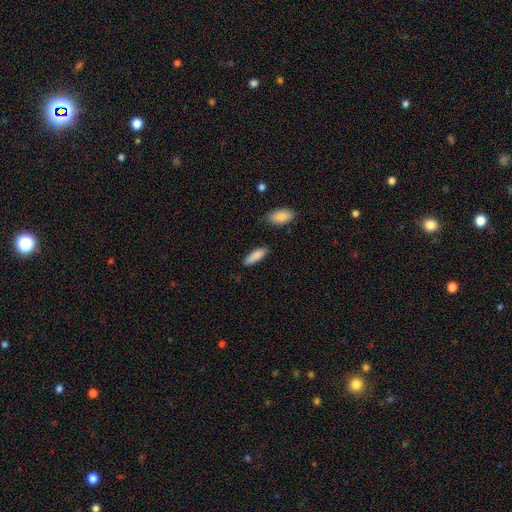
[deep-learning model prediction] This is clearly a smooth galaxy (87%). How rounded: possibly in between (59%). Merging: likely none (79%).